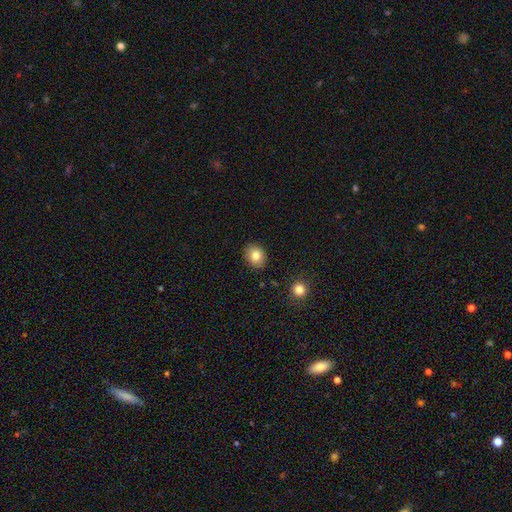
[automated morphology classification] type=smooth (81%); roundness=round (59%); merging=none (88%).